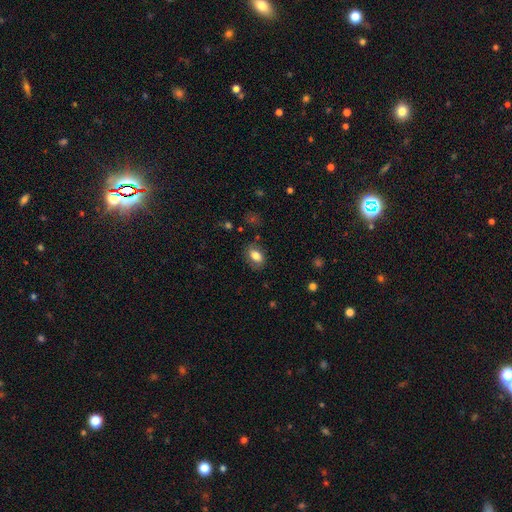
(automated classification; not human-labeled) The model was most divided on "merging": none: 77%, minor disturbance: 16%, major disturbance: 5%, merger: 2%. More confident: how rounded — in between (84%); smooth or featured — smooth (77%).